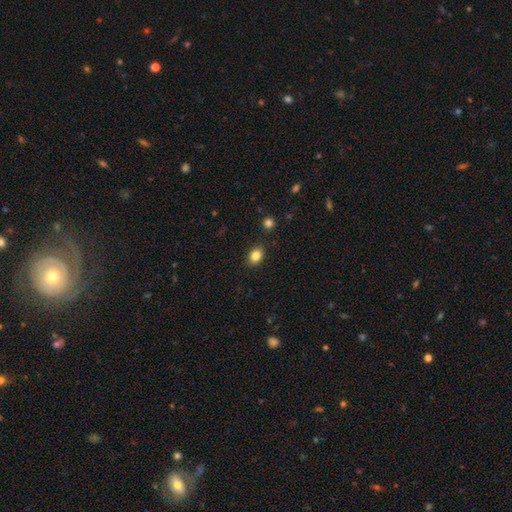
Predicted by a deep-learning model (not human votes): Smooth or featured? Predicted: smooth (p=0.84). How rounded? Predicted: in between (p=0.75). Merging? Predicted: none (p=0.86).